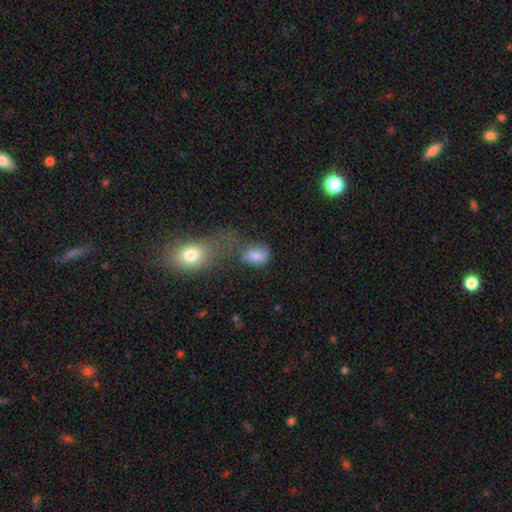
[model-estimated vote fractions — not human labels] This is likely a smooth galaxy (67%). How rounded: likely in between (75%). Merging: marginally none (36%).